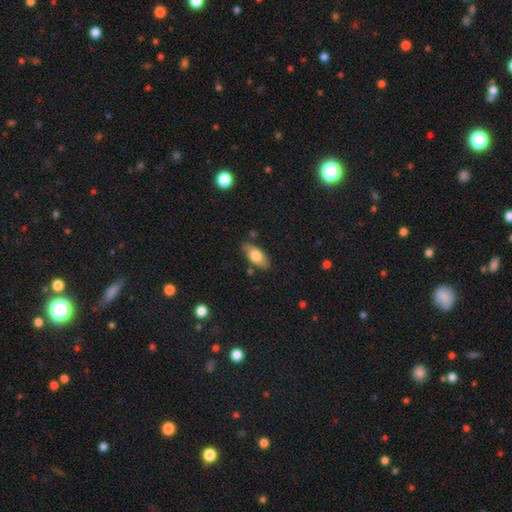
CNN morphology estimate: type=smooth (73%); roundness=in between (86%); merging=none (80%).